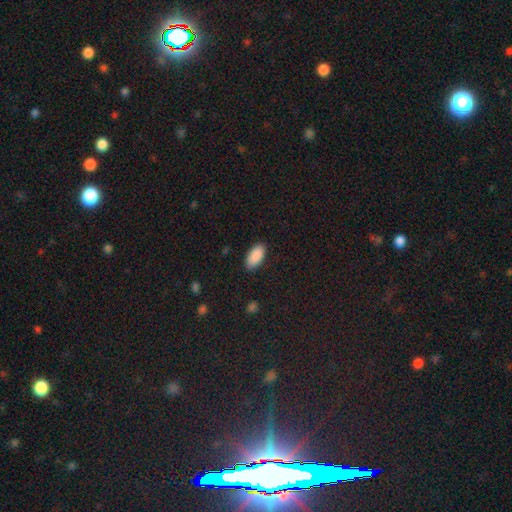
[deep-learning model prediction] Overall: smooth (90%). How rounded: in between (93%). Merging: none (87%).